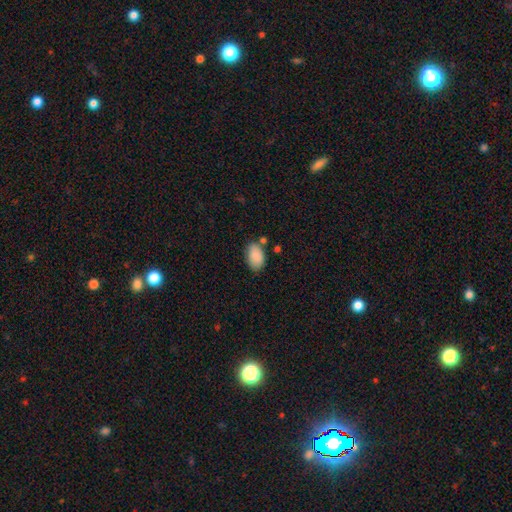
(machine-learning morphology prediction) smooth-or-featured: smooth: 89% | star or artifact: 7% | featured or disk: 4%
  how-rounded: in between: 92% | round: 6% | cigar-shaped: 1%
  merging: none: 69% | minor disturbance: 18% | merger: 8% | major disturbance: 5%